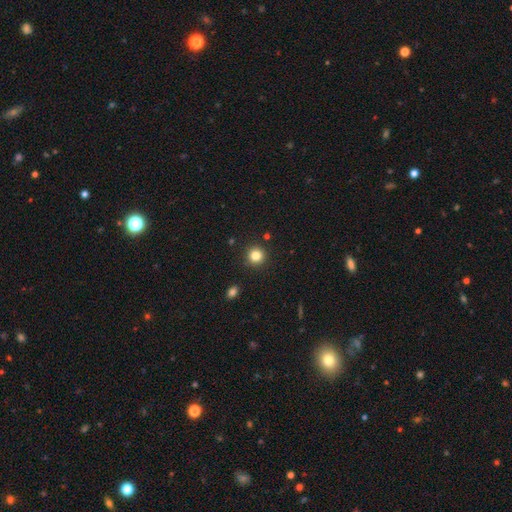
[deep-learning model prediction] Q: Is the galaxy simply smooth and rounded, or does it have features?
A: smooth — 83%.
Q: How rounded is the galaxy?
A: round — 93%.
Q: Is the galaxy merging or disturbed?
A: none — 89%.